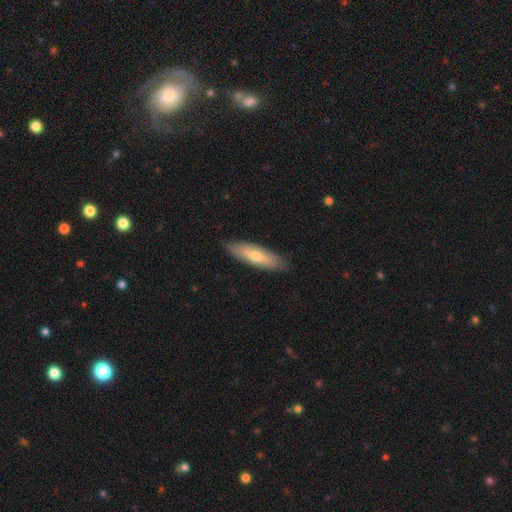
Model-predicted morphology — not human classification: Smooth or featured? smooth (59%)
How rounded? cigar-shaped (59%)
Merging? none (86%)